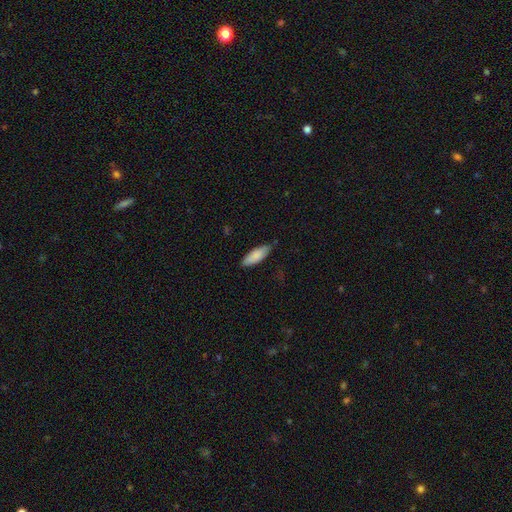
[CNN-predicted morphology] Overall: smooth (85%). How rounded: in between (65%; cigar-shaped 33%). Merging: none (79%).